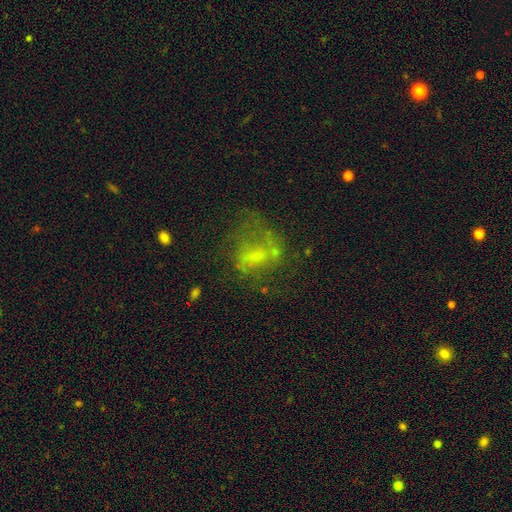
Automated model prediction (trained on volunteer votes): Smooth or featured?
  - featured or disk: 49% *
  - smooth: 34%
  - star or artifact: 17%
Merging?
  - none: 39% *
  - major disturbance: 36%
  - minor disturbance: 19%
  - merger: 7%